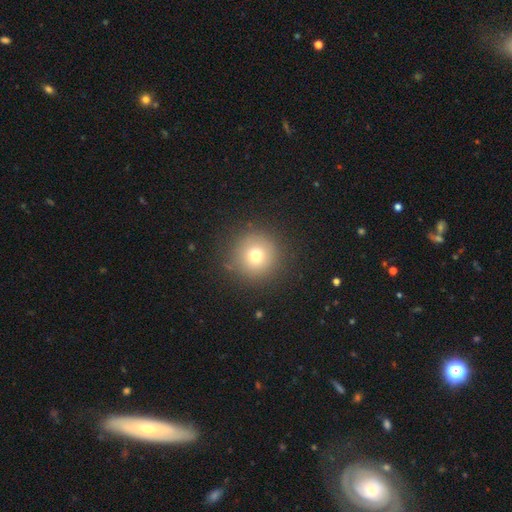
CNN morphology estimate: smooth-or-featured: smooth: 71% | star or artifact: 16% | featured or disk: 13%
  how-rounded: round: 96% | in between: 3% | cigar-shaped: 1%
  merging: none: 88% | minor disturbance: 7% | major disturbance: 4% | merger: 1%